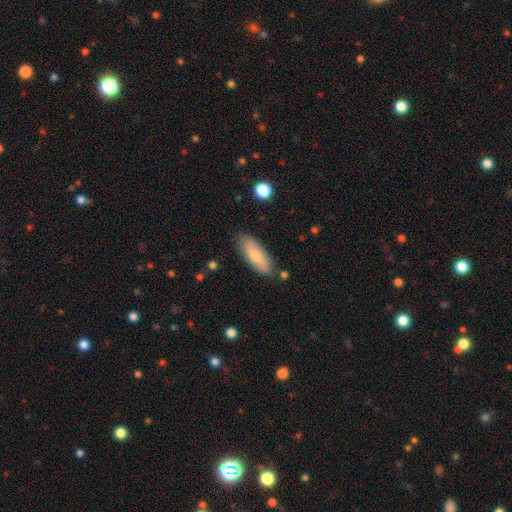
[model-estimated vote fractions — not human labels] Overall: smooth (75%). How rounded: in between (70%). Merging: none (83%).